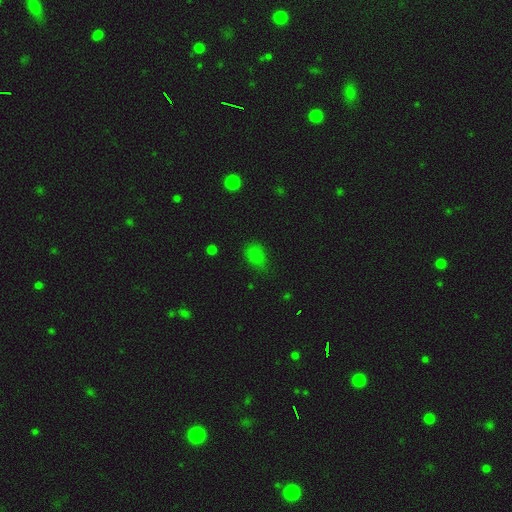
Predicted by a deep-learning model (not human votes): Morphology: type=smooth (75%); roundness=in between (81%); merging=none (57%).